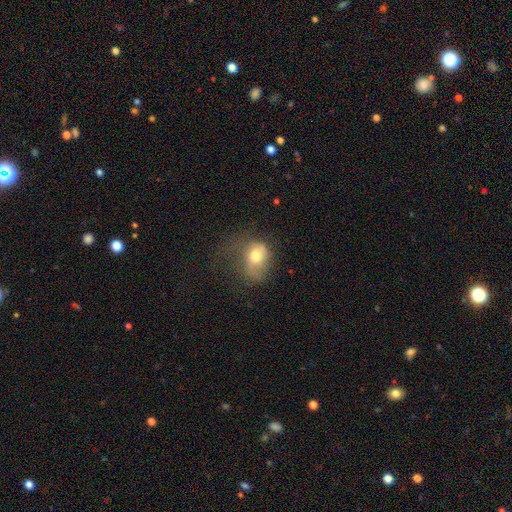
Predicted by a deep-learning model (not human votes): Q: Smooth or featured?
A: smooth (57%); runner-up: featured or disk (33%)
Q: How rounded?
A: in between (55%); runner-up: round (44%)
Q: Merging?
A: major disturbance (41%); runner-up: none (28%)